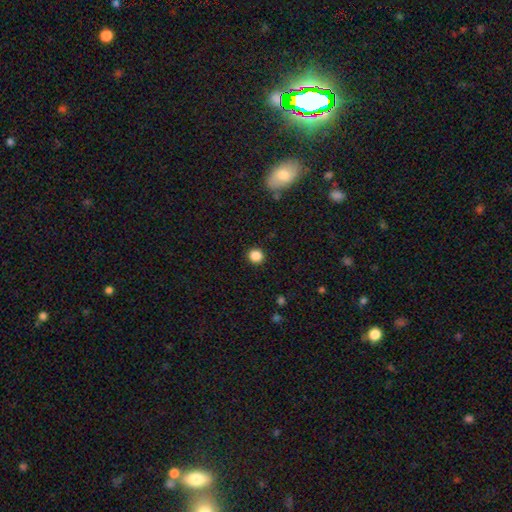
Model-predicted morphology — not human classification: Smooth or featured? smooth (86%)
How rounded? round (93%)
Merging? none (92%)